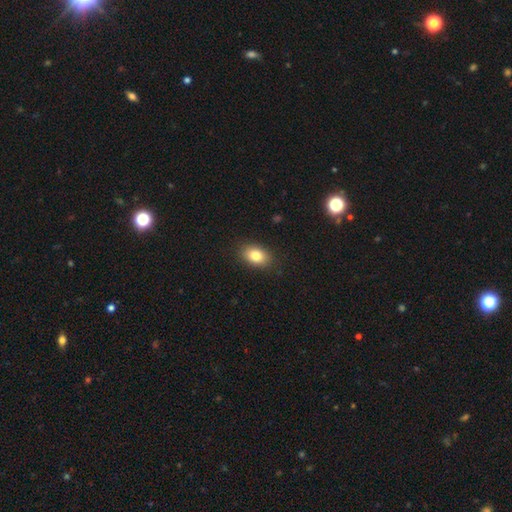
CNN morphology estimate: This is clearly a smooth galaxy (82%). How rounded: clearly in between (81%). Merging: clearly none (87%).